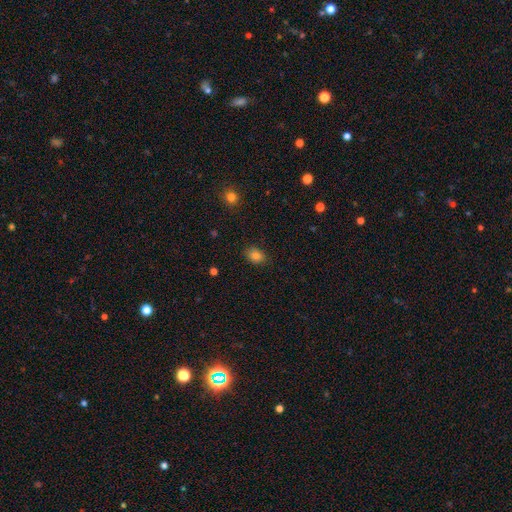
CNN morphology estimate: smooth 82%, star or artifact 11%, featured or disk 7%. Down the decision tree: how rounded — in between (69%); merging — none (86%).